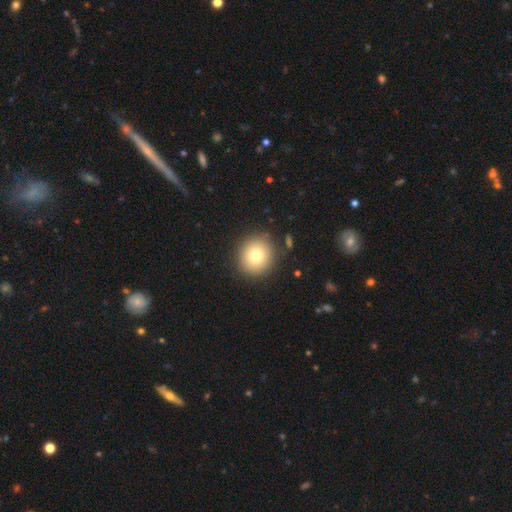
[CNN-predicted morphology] smooth-or-featured: smooth: 78% | featured or disk: 11% | star or artifact: 11%
  how-rounded: round: 89% | in between: 10% | cigar-shaped: 1%
  merging: none: 87% | minor disturbance: 8% | major disturbance: 3% | merger: 2%